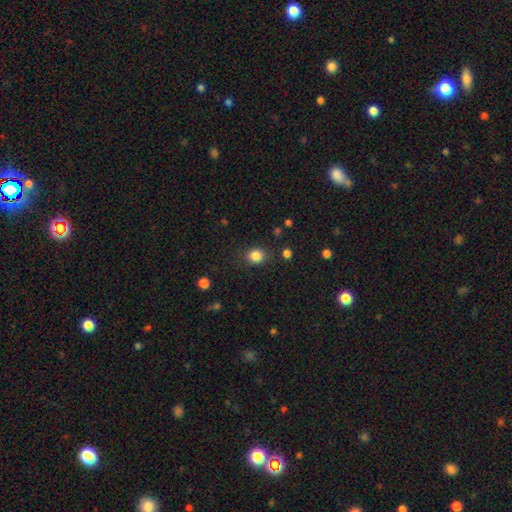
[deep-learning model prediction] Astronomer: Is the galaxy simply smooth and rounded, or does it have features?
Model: smooth — 84%.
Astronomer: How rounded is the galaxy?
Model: round — 72%.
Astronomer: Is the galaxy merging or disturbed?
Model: none — 83%.